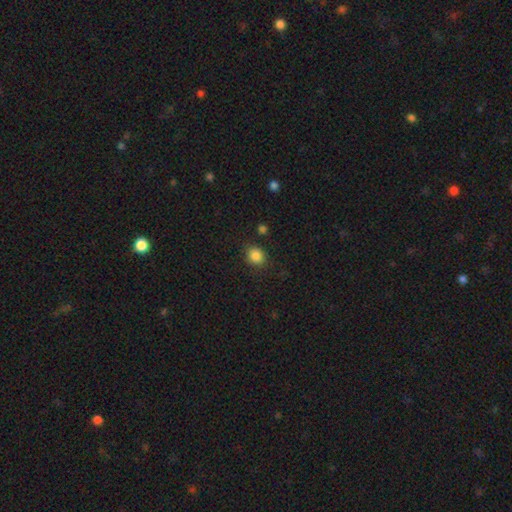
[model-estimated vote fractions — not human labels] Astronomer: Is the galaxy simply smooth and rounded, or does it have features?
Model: smooth — 85%.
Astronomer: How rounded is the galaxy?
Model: round — 74%.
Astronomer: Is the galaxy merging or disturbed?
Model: none — 85%.